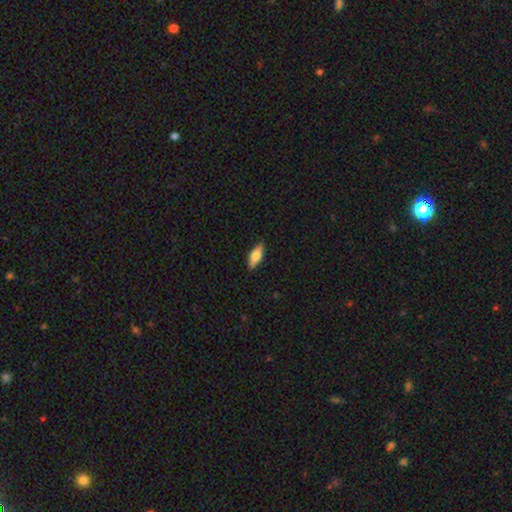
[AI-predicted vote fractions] Smooth or featured: smooth — 71% (featured or disk — 23%)
How rounded: in between — 69% (cigar-shaped — 28%)
Merging: none — 87% (minor disturbance — 10%)